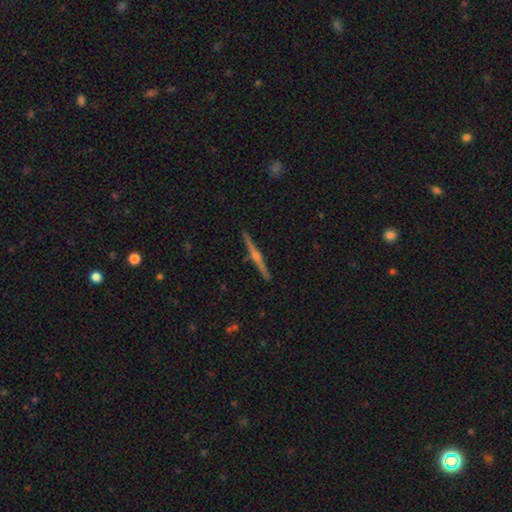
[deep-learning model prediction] The model was most divided on "smooth or featured": featured or disk: 80%, smooth: 14%, star or artifact: 6%. More confident: edge-on disk — yes (99%); merging — none (92%); edge-on bulge — rounded (85%).